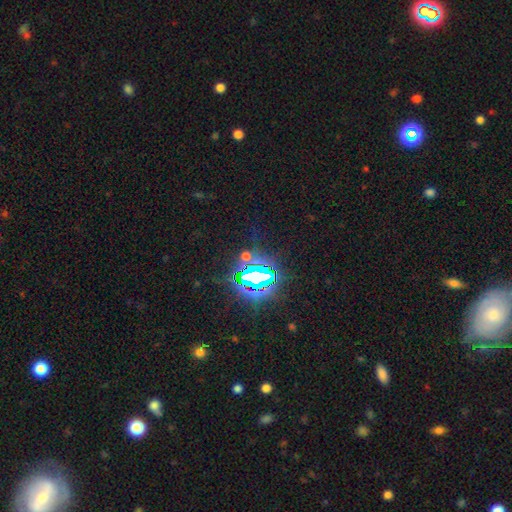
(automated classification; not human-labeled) This is clearly a star or artifact rather than a galaxy (80%).